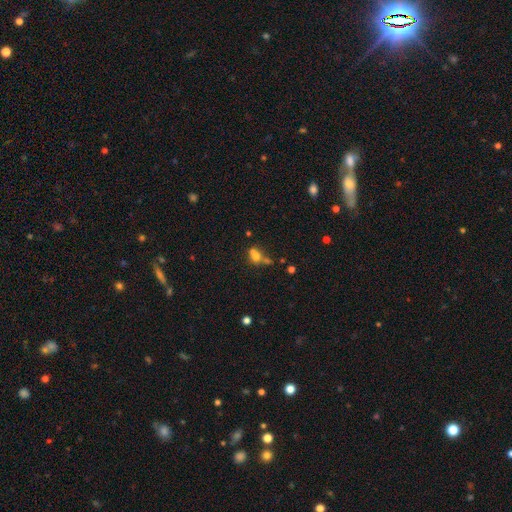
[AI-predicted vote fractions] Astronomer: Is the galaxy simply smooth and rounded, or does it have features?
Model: smooth — 64%.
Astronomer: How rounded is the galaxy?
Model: round — 59% (runner-up: in between, 38%).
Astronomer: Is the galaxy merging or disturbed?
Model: merger — 52% (runner-up: none, 29%).